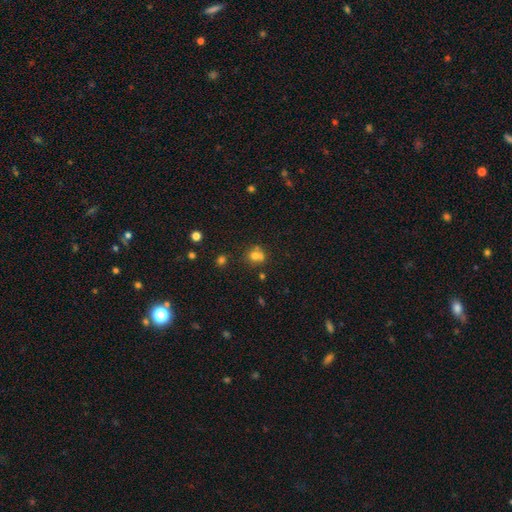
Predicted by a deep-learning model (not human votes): Smooth or featured? smooth (68%)
How rounded? round (81%)
Merging? none (46%)